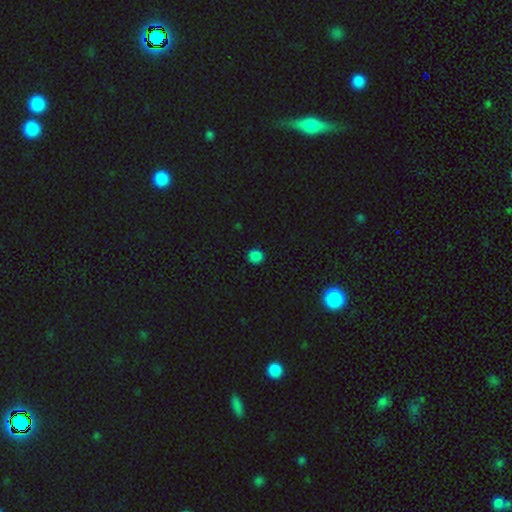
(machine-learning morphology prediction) Smooth or featured: smooth — 84% (star or artifact — 13%)
How rounded: round — 79% (in between — 20%)
Merging: none — 89% (minor disturbance — 8%)